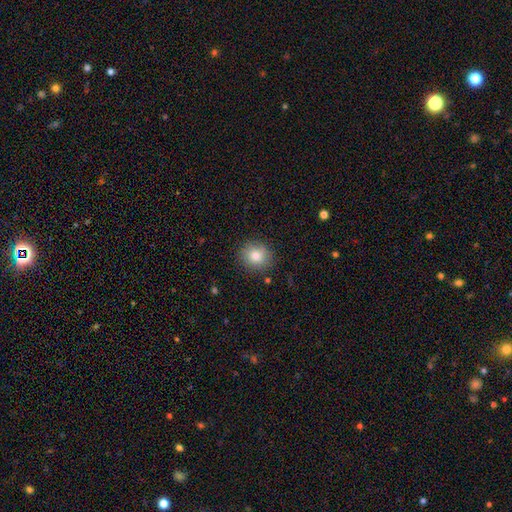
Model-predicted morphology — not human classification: smooth-or-featured: smooth: 83% | star or artifact: 10% | featured or disk: 8%
  how-rounded: round: 86% | in between: 13% | cigar-shaped: 1%
  merging: none: 87% | minor disturbance: 9% | major disturbance: 2% | merger: 1%